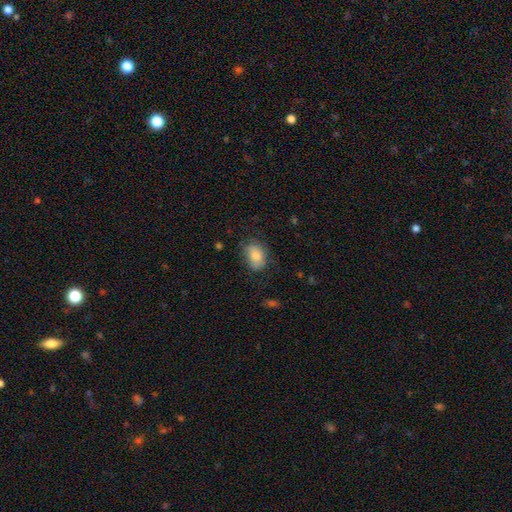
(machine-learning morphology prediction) This appears to be a smooth galaxy with no disk features (83%) that is in between round and cigar-shaped (84%). Merging: none (67%).